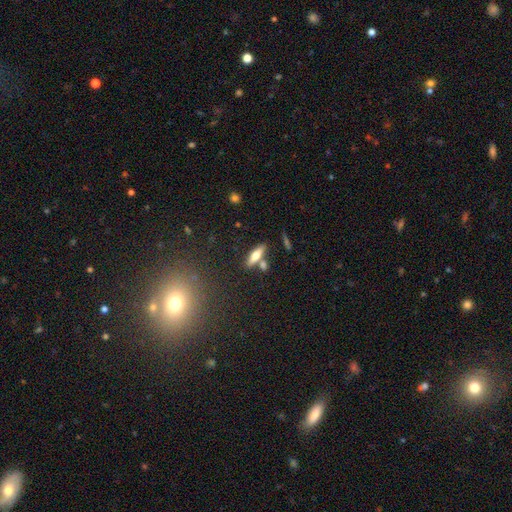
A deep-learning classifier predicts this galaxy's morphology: type=smooth (57%); roundness=cigar-shaped (61%); merging=none (70%).